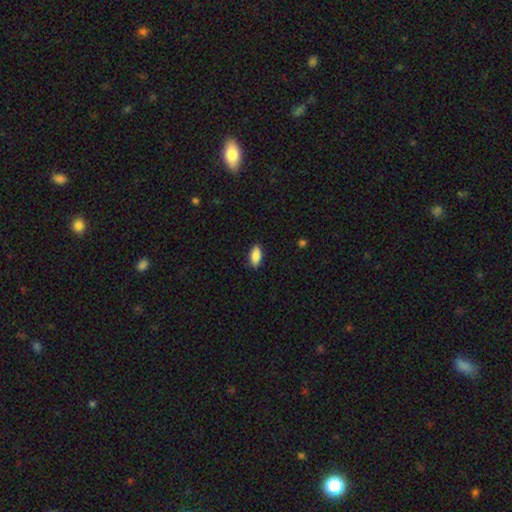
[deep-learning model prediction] The model was most divided on "how rounded": in between: 85%, cigar-shaped: 12%, round: 3%. More confident: smooth or featured — smooth (87%); merging — none (87%).